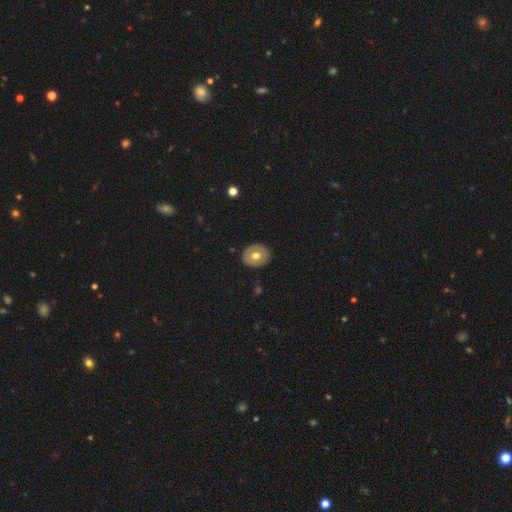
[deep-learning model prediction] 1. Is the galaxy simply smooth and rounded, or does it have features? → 60% smooth, 34% featured or disk, 7% star or artifact.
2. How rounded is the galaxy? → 65% round, 34% in between, 1% cigar-shaped.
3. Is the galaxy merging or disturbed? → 89% none, 8% minor disturbance, 2% major disturbance, 1% merger.